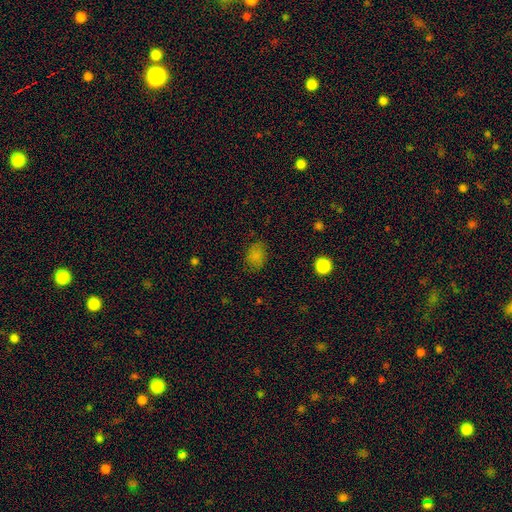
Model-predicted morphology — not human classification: A smooth galaxy with no disk features (79%) that is in between round and cigar-shaped (72%). Merging: none (76%).